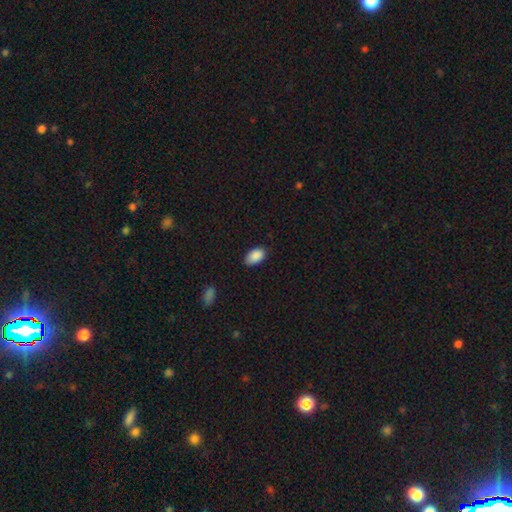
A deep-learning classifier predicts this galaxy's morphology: This is clearly a smooth galaxy (89%). How rounded: clearly in between (93%). Merging: clearly none (82%).